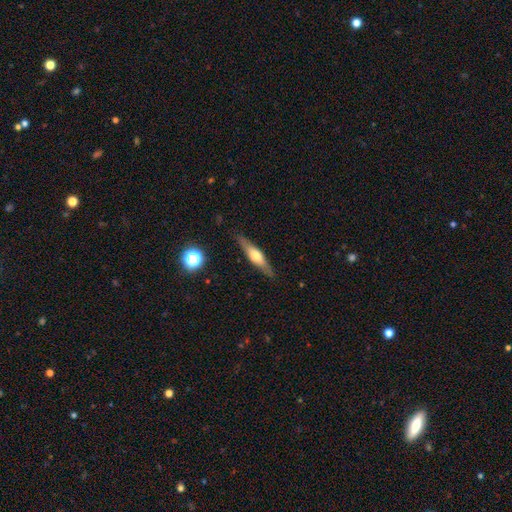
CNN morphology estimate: A featured or disk galaxy (57%) viewed edge-on (92%) with a rounded central bulge (86%). Merging: none (86%).